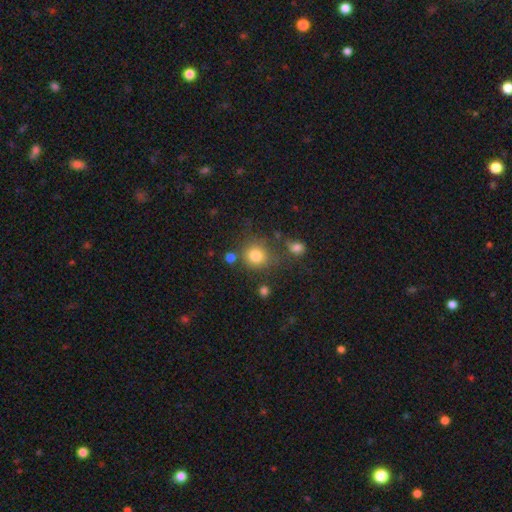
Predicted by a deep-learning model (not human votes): This appears to be a smooth galaxy with no disk features (80%) that is round (86%). Merging: none (71%).